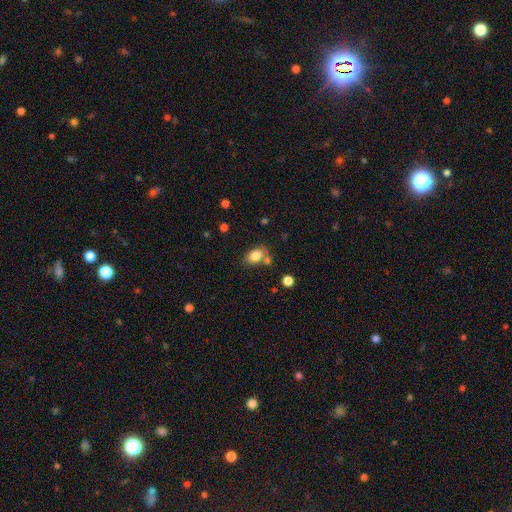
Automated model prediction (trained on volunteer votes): Q: Smooth or featured?
A: smooth (82%); runner-up: star or artifact (10%)
Q: How rounded?
A: in between (75%); runner-up: round (23%)
Q: Merging?
A: none (62%); runner-up: merger (18%)